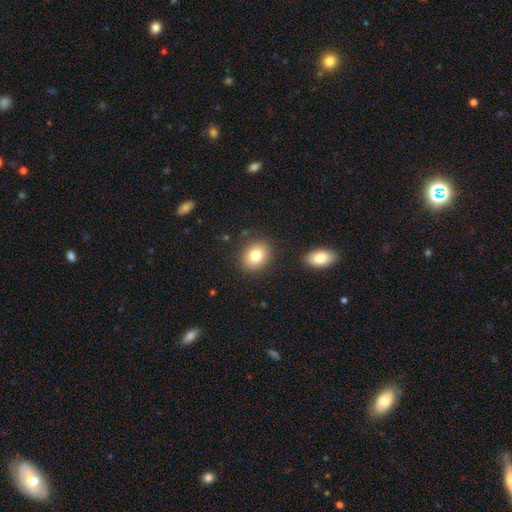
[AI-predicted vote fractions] Smooth or featured?
  - smooth: 81% *
  - featured or disk: 10%
  - star or artifact: 10%
How rounded?
  - in between: 54% *
  - round: 45%
  - cigar-shaped: 1%
Merging?
  - none: 85% *
  - minor disturbance: 9%
  - merger: 3%
  - major disturbance: 3%